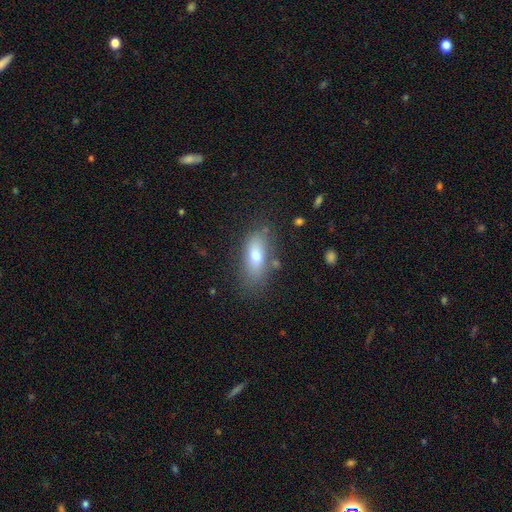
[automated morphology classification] smooth_or_featured: smooth (p=0.72) [alt: featured or disk p=0.19]
how_rounded: in between (p=0.81) [alt: cigar-shaped p=0.15]
merging: none (p=0.72) [alt: minor disturbance p=0.17]